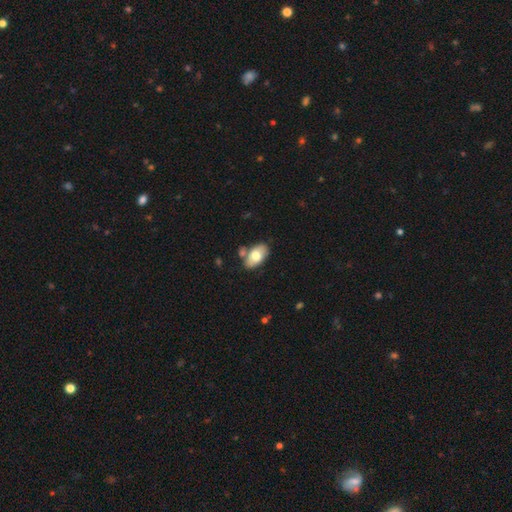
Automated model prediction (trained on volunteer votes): smooth_or_featured: smooth (p=0.70) [alt: featured or disk p=0.24]
how_rounded: in between (p=0.93) [alt: round p=0.06]
merging: none (p=0.66) [alt: minor disturbance p=0.16]